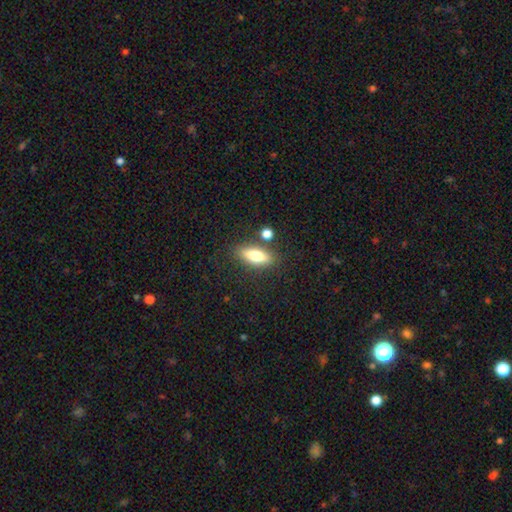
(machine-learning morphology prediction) Overall: smooth (71%). How rounded: in between (65%; cigar-shaped 31%). Merging: none (77%).